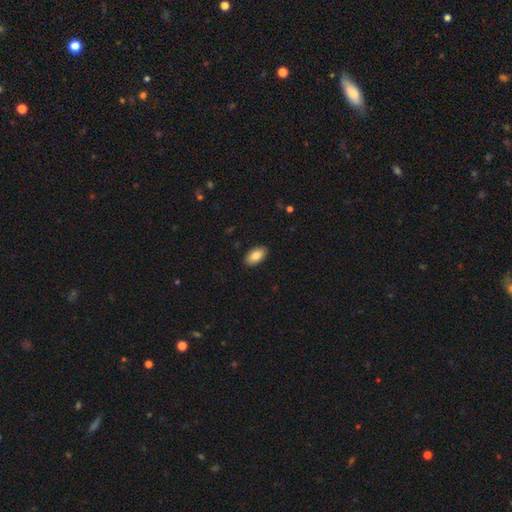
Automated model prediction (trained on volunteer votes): The model was most divided on "smooth or featured": smooth: 85%, featured or disk: 8%, star or artifact: 7%. More confident: how rounded — in between (95%); merging — none (90%).